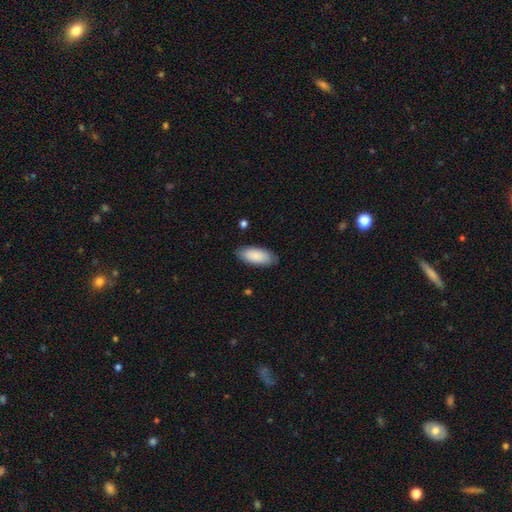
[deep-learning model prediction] This appears to be a smooth galaxy with no disk features (88%) that is in between round and cigar-shaped (87%). Merging: none (84%).